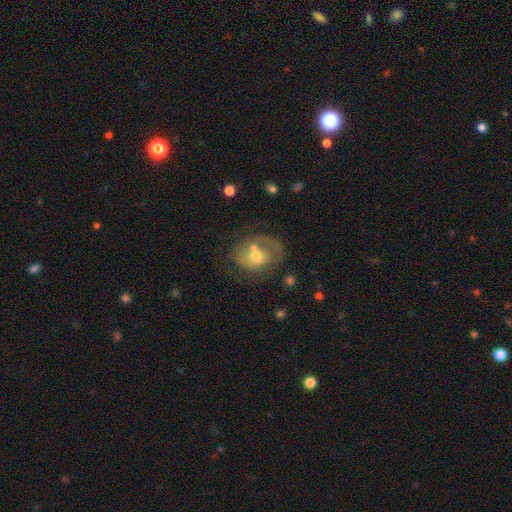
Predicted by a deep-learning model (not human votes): Smooth or featured: featured or disk — 65% (smooth — 26%)
Edge-on disk: no — 97% (yes — 3%)
Bar: no — 60% (weak — 33%)
Spiral arms: yes — 76% (no — 24%)
Bulge size: moderate — 66% (small — 26%)
Merging: none — 49% (minor disturbance — 20%)